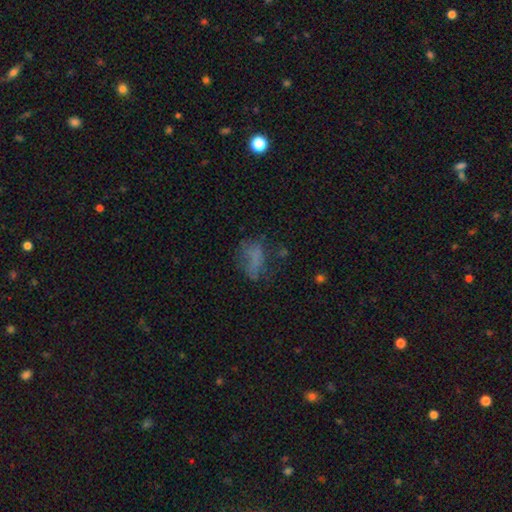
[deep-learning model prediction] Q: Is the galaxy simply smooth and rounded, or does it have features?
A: smooth — 54%.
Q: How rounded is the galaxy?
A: in between — 78%.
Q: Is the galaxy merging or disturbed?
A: none — 44%.